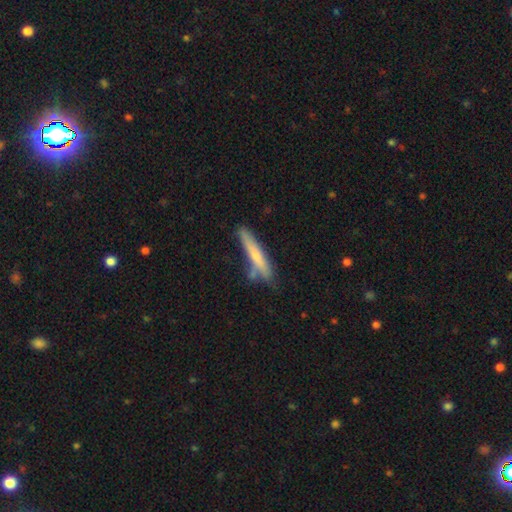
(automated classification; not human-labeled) Smooth or featured: smooth — 57% (featured or disk — 37%)
How rounded: cigar-shaped — 93% (in between — 6%)
Merging: none — 70% (minor disturbance — 18%)